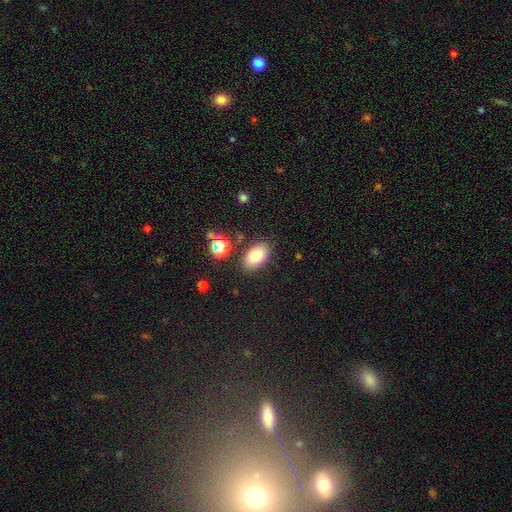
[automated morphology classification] Smooth or featured: smooth — 80% (star or artifact — 10%)
How rounded: in between — 91% (round — 7%)
Merging: none — 84% (minor disturbance — 10%)